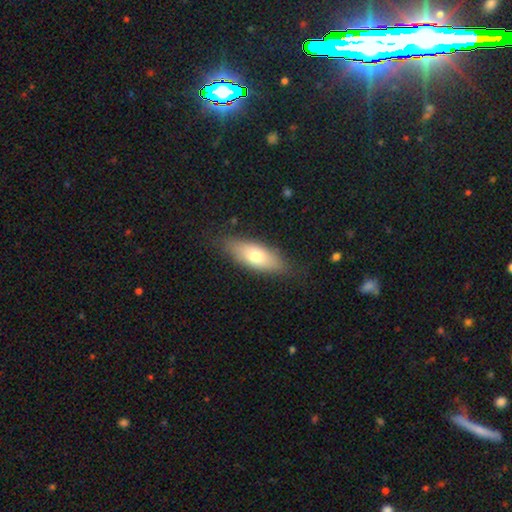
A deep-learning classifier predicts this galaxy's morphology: type=smooth (69%); roundness=in between (74%); merging=none (80%).